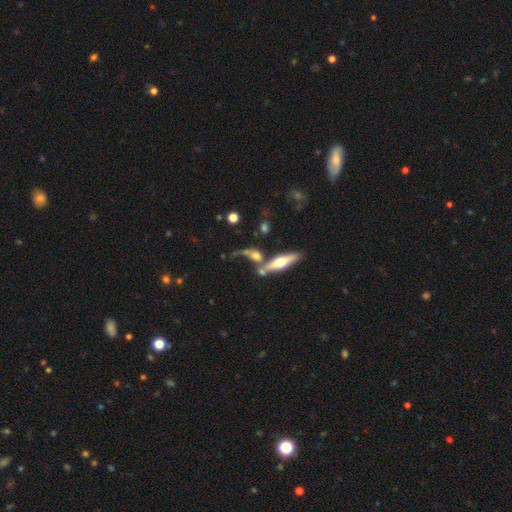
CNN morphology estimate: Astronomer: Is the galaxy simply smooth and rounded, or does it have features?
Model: featured or disk — 46% (runner-up: smooth, 43%).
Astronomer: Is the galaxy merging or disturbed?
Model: merger — 38% (runner-up: none, 34%).